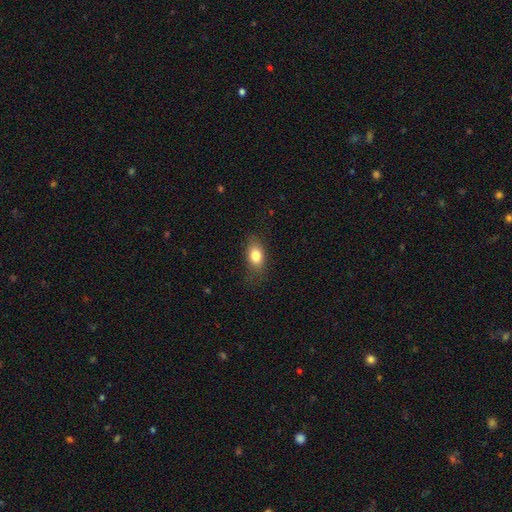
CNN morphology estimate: smooth_or_featured: smooth (p=0.81) [alt: featured or disk p=0.11]
how_rounded: in between (p=0.83) [alt: round p=0.12]
merging: none (p=0.76) [alt: minor disturbance p=0.17]